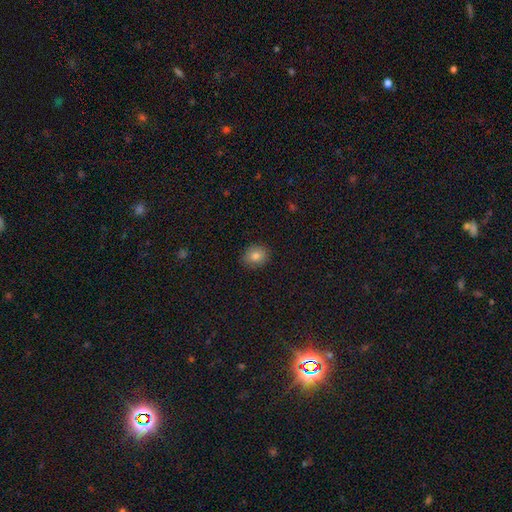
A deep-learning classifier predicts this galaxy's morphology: smooth-or-featured: smooth: 81% | star or artifact: 10% | featured or disk: 8%
  how-rounded: round: 56% | in between: 43% | cigar-shaped: 1%
  merging: none: 89% | minor disturbance: 8% | major disturbance: 2% | merger: 1%